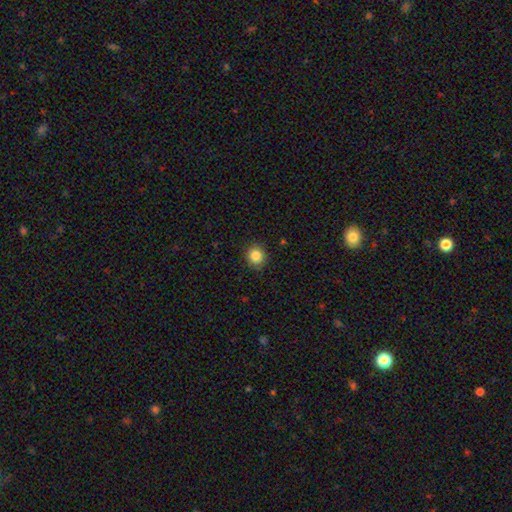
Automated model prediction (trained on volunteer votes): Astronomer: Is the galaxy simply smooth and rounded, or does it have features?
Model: smooth — 85%.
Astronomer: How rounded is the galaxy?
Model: round — 84%.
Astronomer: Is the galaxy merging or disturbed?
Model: none — 89%.